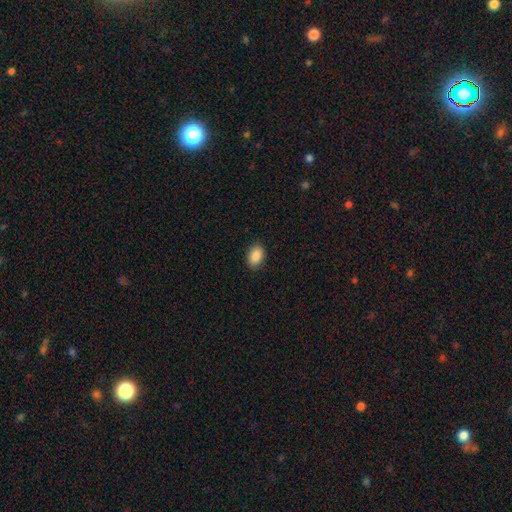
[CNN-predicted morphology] Overall: smooth (89%). How rounded: in between (83%). Merging: none (89%).